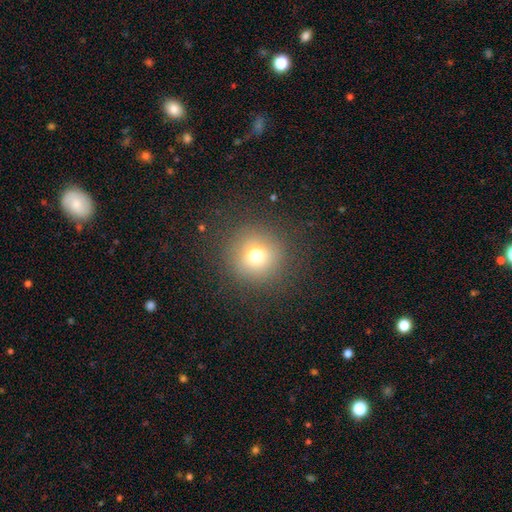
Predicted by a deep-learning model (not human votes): Smooth or featured: smooth — 71% (star or artifact — 17%)
How rounded: round — 95% (in between — 4%)
Merging: none — 86% (minor disturbance — 8%)